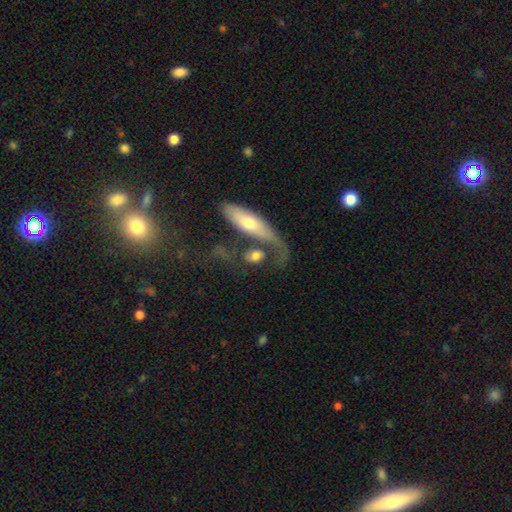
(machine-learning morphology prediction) Q: Smooth or featured?
A: smooth (61%); runner-up: featured or disk (32%)
Q: How rounded?
A: in between (63%); runner-up: round (23%)
Q: Merging?
A: none (37%); runner-up: merger (31%)